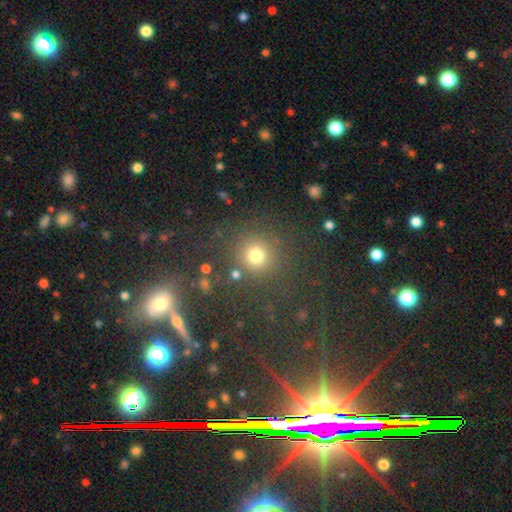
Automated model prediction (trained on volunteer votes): Q: Smooth or featured?
A: smooth (71%); runner-up: star or artifact (20%)
Q: How rounded?
A: round (91%); runner-up: in between (8%)
Q: Merging?
A: none (77%); runner-up: minor disturbance (10%)